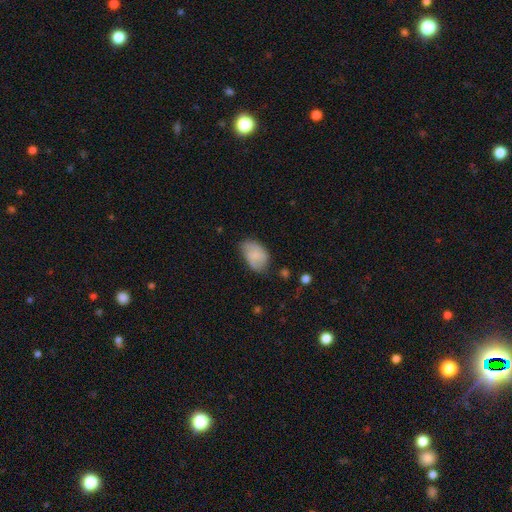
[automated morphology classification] Q: Smooth or featured?
A: smooth (62%); runner-up: featured or disk (31%)
Q: How rounded?
A: in between (88%); runner-up: round (11%)
Q: Merging?
A: none (57%); runner-up: minor disturbance (32%)